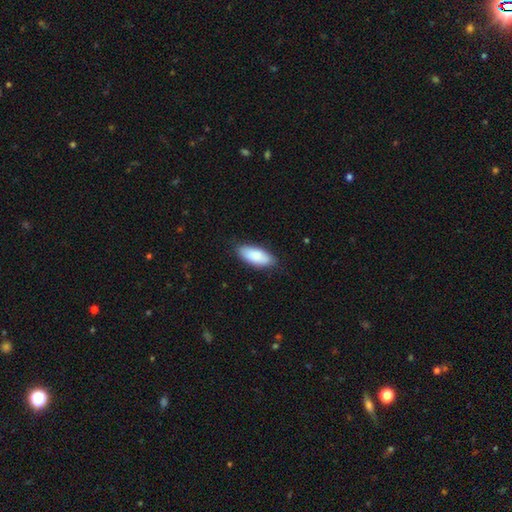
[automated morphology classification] type=smooth (86%); roundness=in between (85%); merging=none (83%).